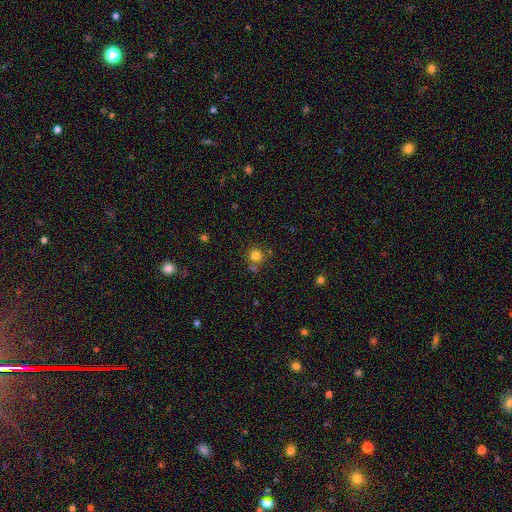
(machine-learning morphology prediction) This is likely a smooth galaxy (80%). How rounded: clearly round (93%). Merging: likely none (75%).